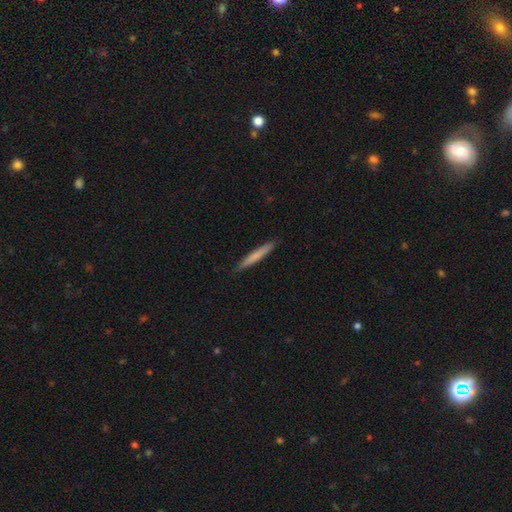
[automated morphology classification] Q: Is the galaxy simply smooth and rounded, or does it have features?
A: smooth — 71%.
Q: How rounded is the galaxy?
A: cigar-shaped — 96%.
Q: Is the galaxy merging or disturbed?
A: none — 91%.